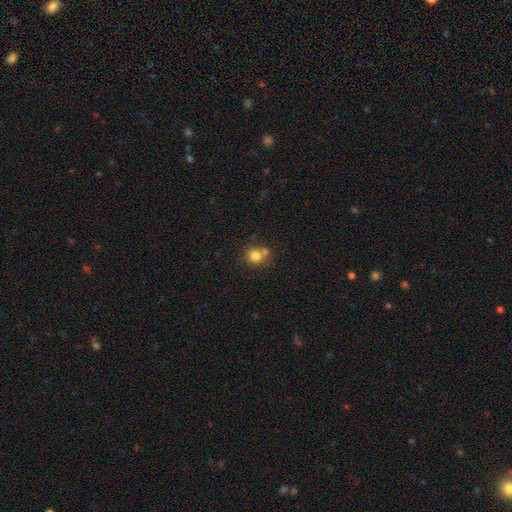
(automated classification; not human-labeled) A smooth galaxy with no disk features (78%) that is round (84%). Merging: none (57%).